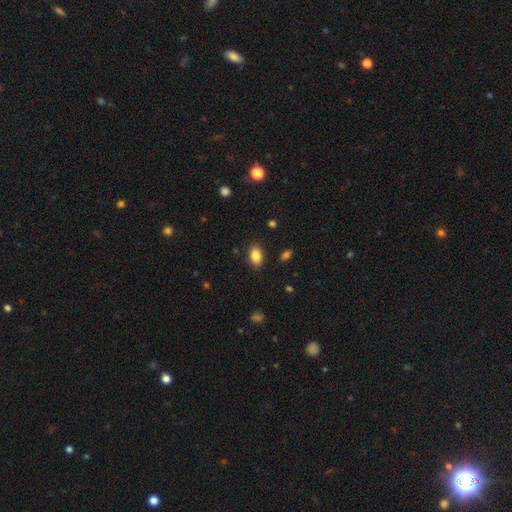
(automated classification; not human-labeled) The model was most divided on "merging": none: 86%, minor disturbance: 10%, major disturbance: 3%, merger: 1%. More confident: how rounded — in between (90%); smooth or featured — smooth (86%).